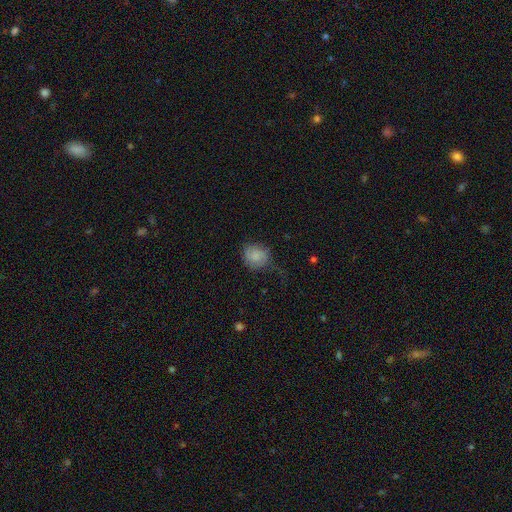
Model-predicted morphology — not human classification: Q: Smooth or featured?
A: smooth (73%); runner-up: featured or disk (18%)
Q: How rounded?
A: round (73%); runner-up: in between (25%)
Q: Merging?
A: none (56%); runner-up: minor disturbance (29%)